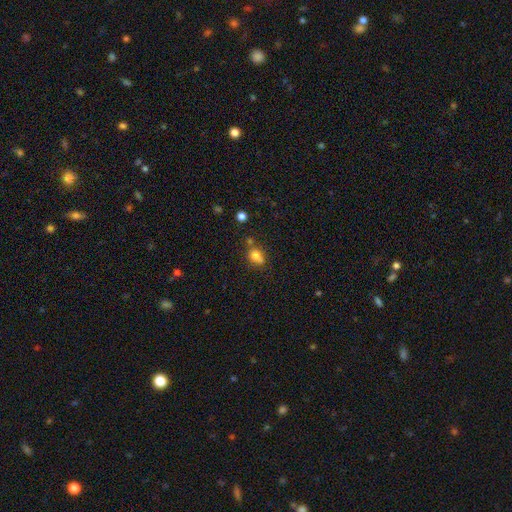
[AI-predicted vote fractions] smooth 73%, star or artifact 14%, featured or disk 13%. Down the decision tree: how rounded — round (62%); merging — none (45%).